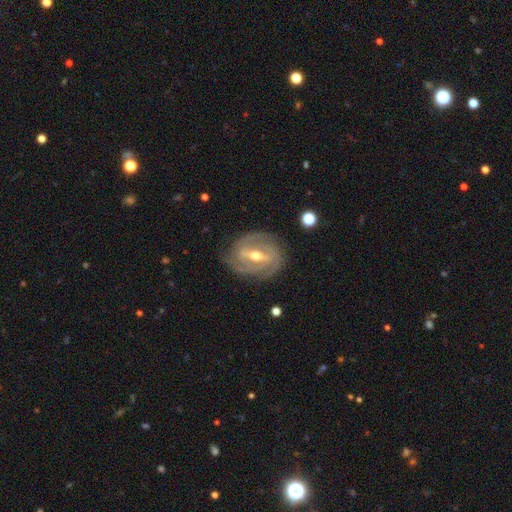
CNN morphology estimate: Smooth or featured: featured or disk — 89% (smooth — 7%)
Edge-on disk: no — 95% (yes — 5%)
Bar: strong — 59% (weak — 32%)
Spiral arms: yes — 94% (no — 6%)
Spiral winding: tight — 62% (medium — 31%)
Spiral arm count: 2 — 53% (3 — 23%)
Bulge size: moderate — 69% (small — 26%)
Merging: none — 79% (minor disturbance — 14%)